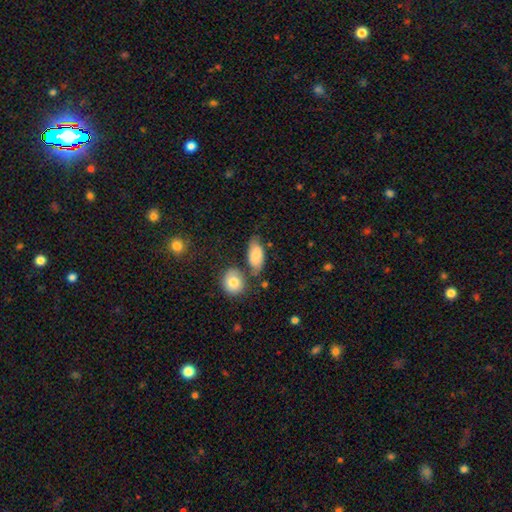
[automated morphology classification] smooth 77%, featured or disk 16%, star or artifact 7%. Down the decision tree: how rounded — in between (88%); merging — none (54%).